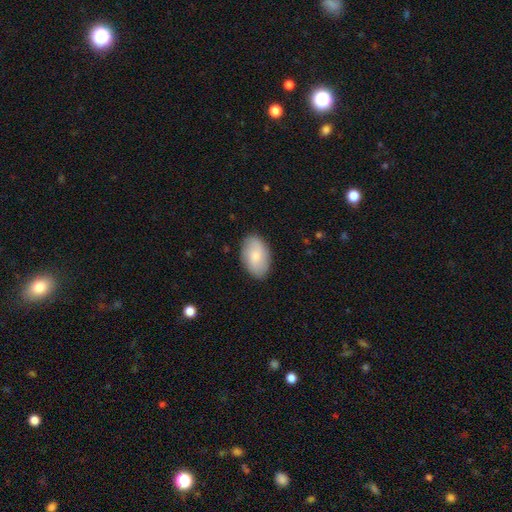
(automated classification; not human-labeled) A smooth galaxy with no disk features (74%) that is in between round and cigar-shaped (93%). Merging: none (85%).